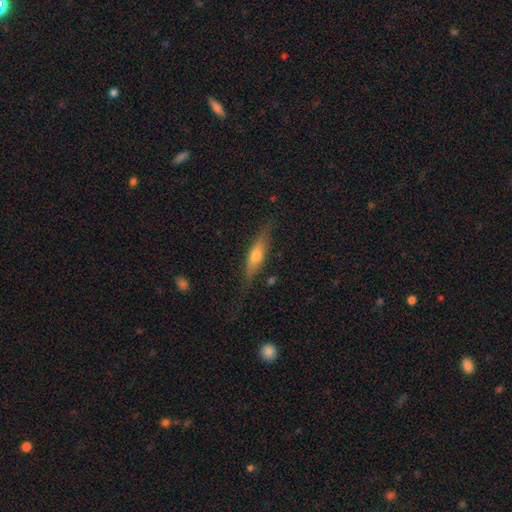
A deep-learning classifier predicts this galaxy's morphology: Overall: featured or disk (50%; smooth 44%). Merging: none (76%).